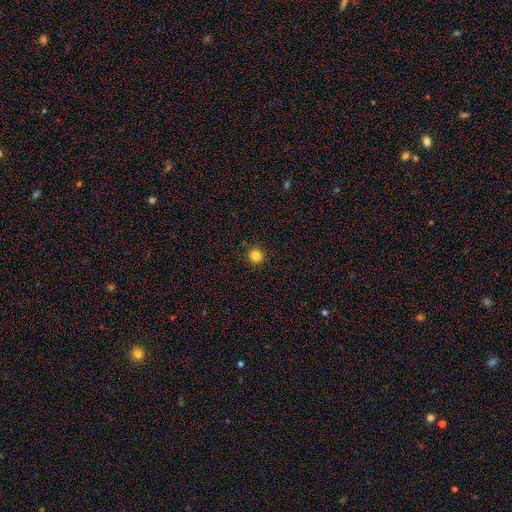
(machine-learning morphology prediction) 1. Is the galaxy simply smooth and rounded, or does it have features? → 83% smooth, 12% star or artifact, 5% featured or disk.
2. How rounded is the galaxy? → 95% round, 4% in between, 1% cigar-shaped.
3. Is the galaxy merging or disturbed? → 92% none, 5% minor disturbance, 2% major disturbance, 1% merger.